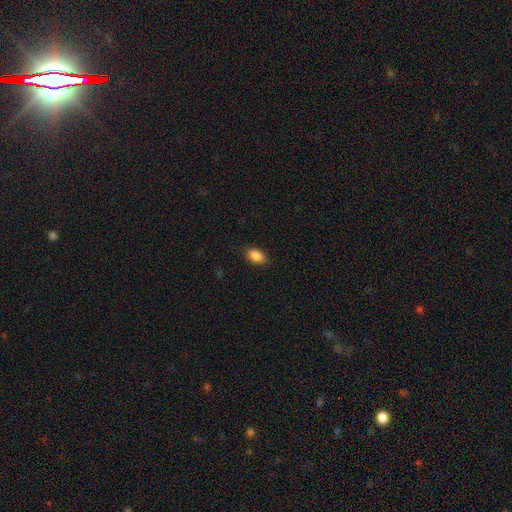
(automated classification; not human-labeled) Smooth or featured?
  - smooth: 88% *
  - star or artifact: 8%
  - featured or disk: 4%
How rounded?
  - in between: 89% *
  - round: 10%
  - cigar-shaped: 2%
Merging?
  - none: 86% *
  - minor disturbance: 11%
  - major disturbance: 2%
  - merger: 1%